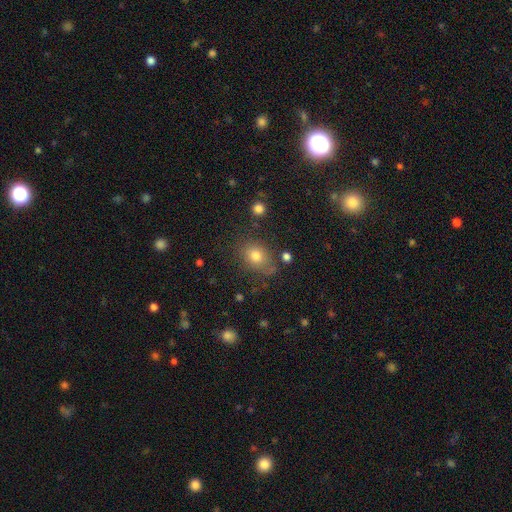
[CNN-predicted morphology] A smooth galaxy with no disk features (76%) that is in between round and cigar-shaped (55%).

Vote fractions:
- Smooth or featured? smooth: 76% / star or artifact: 14% / featured or disk: 10%
- How rounded? in between: 55% / round: 43% / cigar-shaped: 1%
- Merging? none: 70% / minor disturbance: 19% / major disturbance: 7% / merger: 4%